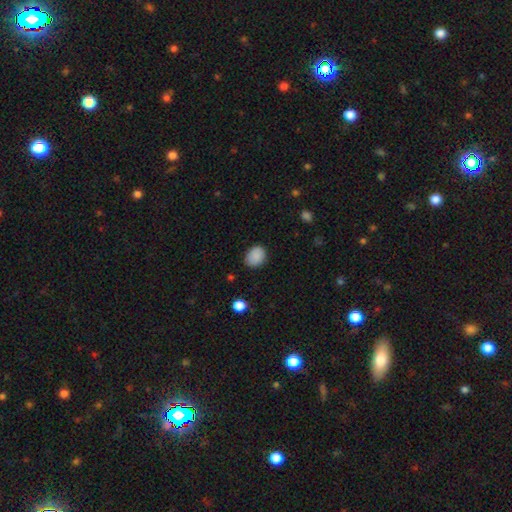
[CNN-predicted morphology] Overall: smooth (88%). How rounded: in between (57%; round 42%). Merging: none (83%).